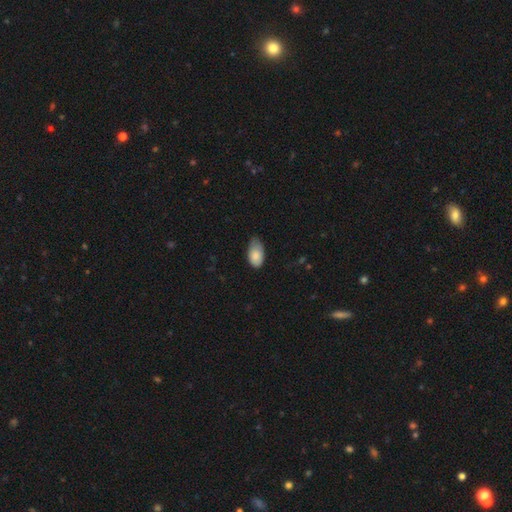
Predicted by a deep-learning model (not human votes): This is clearly a smooth galaxy (82%). How rounded: clearly in between (93%). Merging: possibly minor disturbance (49%).